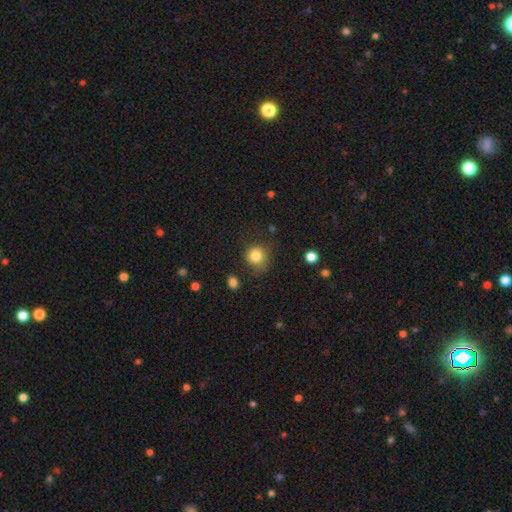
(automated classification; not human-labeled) Overall: smooth (82%). How rounded: round (85%). Merging: none (70%).